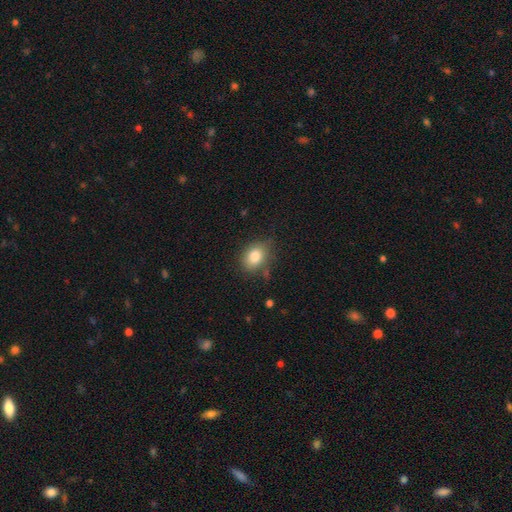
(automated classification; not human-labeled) The model was most divided on "how rounded": in between: 63%, round: 36%, cigar-shaped: 1%. More confident: smooth or featured — smooth (82%); merging — none (74%).